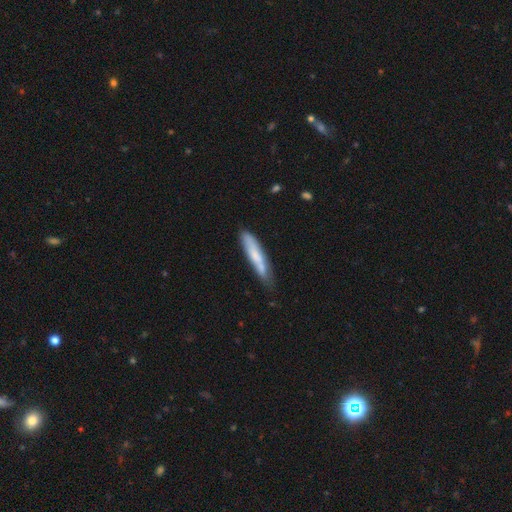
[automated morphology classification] smooth_or_featured: smooth (p=0.64) [alt: featured or disk p=0.30]
how_rounded: cigar-shaped (p=0.88) [alt: in between p=0.10]
merging: none (p=0.63) [alt: minor disturbance p=0.25]